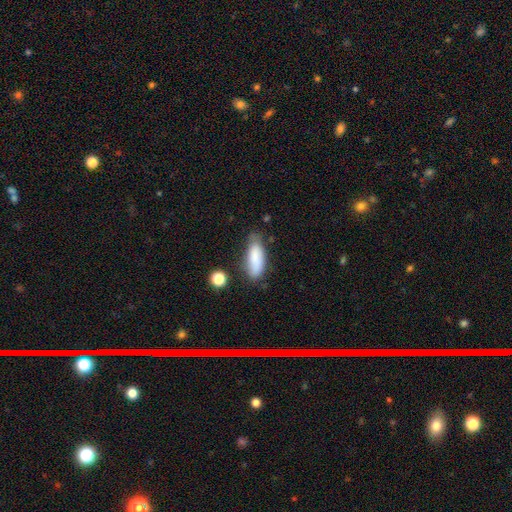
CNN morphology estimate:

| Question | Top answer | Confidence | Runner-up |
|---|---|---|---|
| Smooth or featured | smooth | 81% | featured or disk (11%) |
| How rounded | in between | 74% | cigar-shaped (24%) |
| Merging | none | 61% | minor disturbance (28%) |